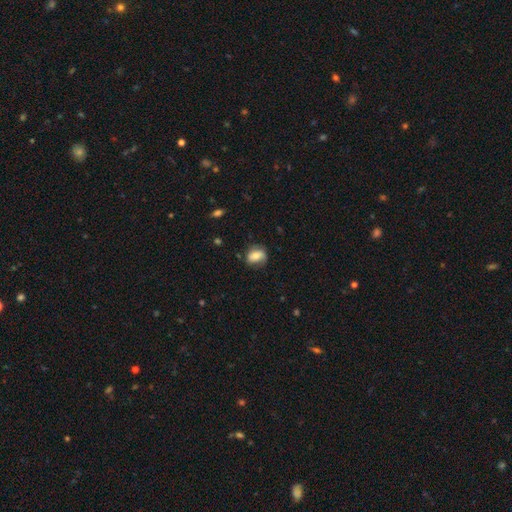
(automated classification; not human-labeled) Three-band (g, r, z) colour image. It shows a smooth galaxy with no disk features (65%) that is in between round and cigar-shaped (65%). Merging: none (63%).